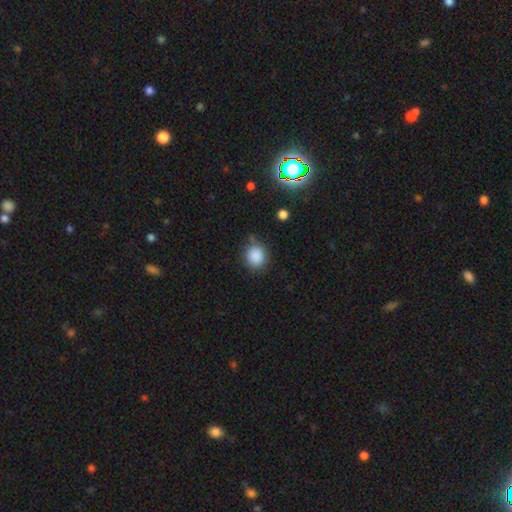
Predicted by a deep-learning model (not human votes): Smooth or featured: smooth — 86% (star or artifact — 10%)
How rounded: round — 81% (in between — 18%)
Merging: none — 77% (minor disturbance — 15%)